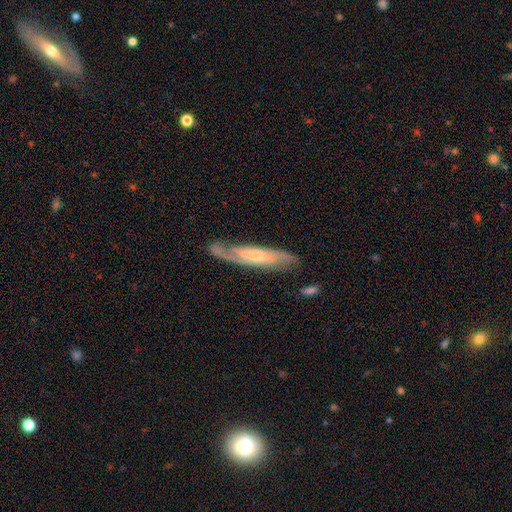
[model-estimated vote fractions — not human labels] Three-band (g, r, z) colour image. It shows a featured or disk galaxy (79%) with no bar (54%), 2 (70%) medium (45%) spiral arms (94%) and a small central bulge (57%). Merging: none (73%).